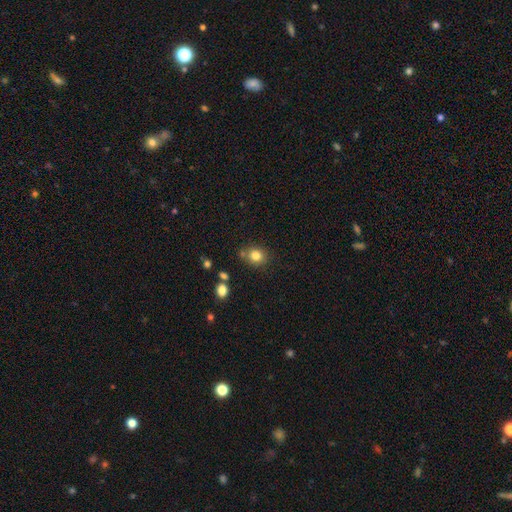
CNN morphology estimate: Smooth or featured? Predicted: smooth (p=0.82). How rounded? Predicted: round (p=0.79). Merging? Predicted: none (p=0.74).